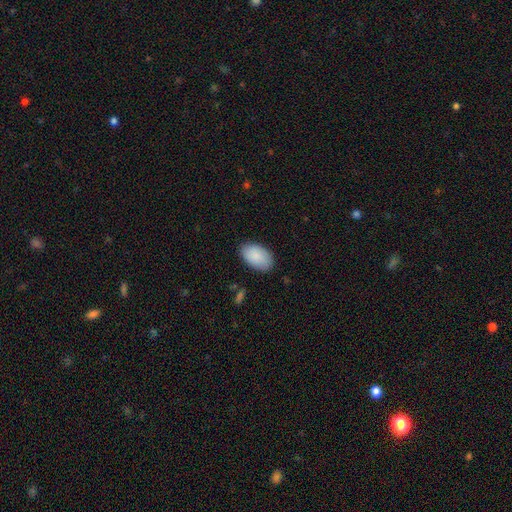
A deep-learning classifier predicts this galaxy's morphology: smooth-or-featured: smooth: 87% | featured or disk: 7% | star or artifact: 6%
  how-rounded: in between: 94% | round: 5% | cigar-shaped: 1%
  merging: none: 84% | minor disturbance: 13% | major disturbance: 3% | merger: 1%